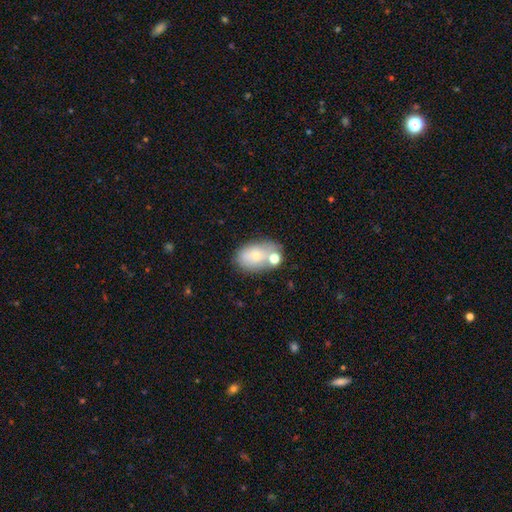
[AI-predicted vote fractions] The model was most divided on "merging": none: 49%, merger: 26%, minor disturbance: 18%, major disturbance: 7%. More confident: how rounded — in between (84%); smooth or featured — smooth (69%).